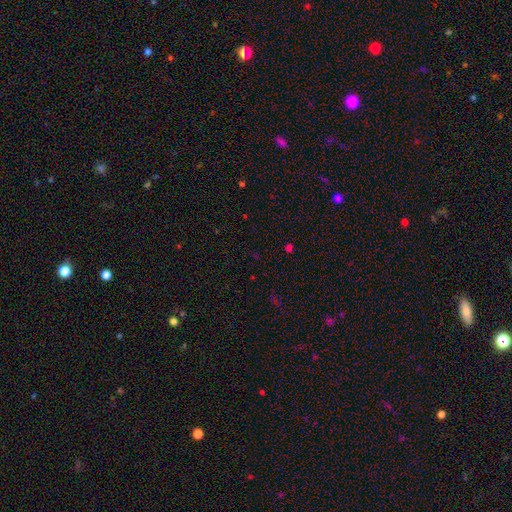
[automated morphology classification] smooth_or_featured: star or artifact (p=0.64) [alt: smooth p=0.28]